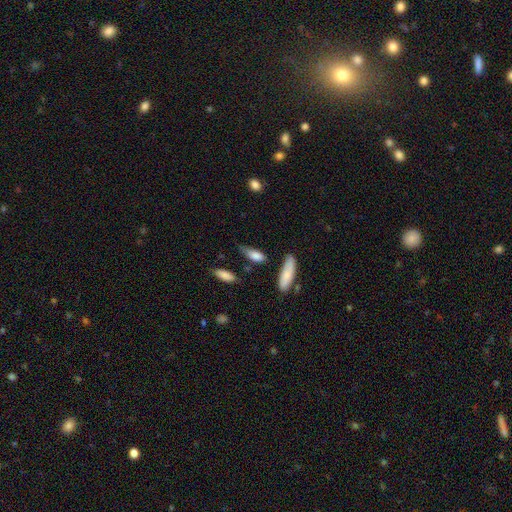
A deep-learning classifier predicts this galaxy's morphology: The model was most divided on "merging": none: 53%, minor disturbance: 31%, major disturbance: 9%, merger: 6%. More confident: smooth or featured — smooth (77%); how rounded — in between (62%).